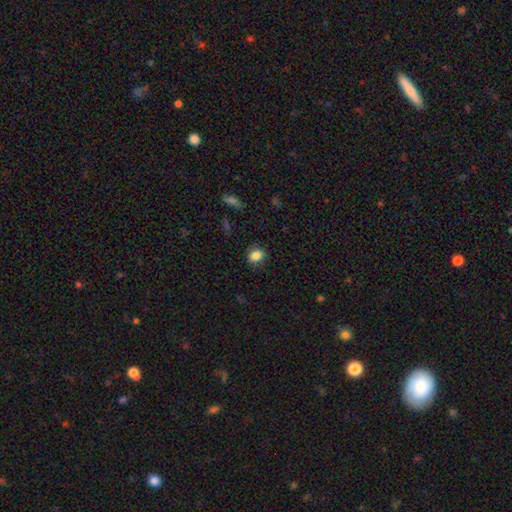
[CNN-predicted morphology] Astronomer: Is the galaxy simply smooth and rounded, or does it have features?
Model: smooth — 84%.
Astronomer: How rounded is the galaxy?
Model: in between — 54% (runner-up: round, 45%).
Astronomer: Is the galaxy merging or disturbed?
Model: none — 79%.